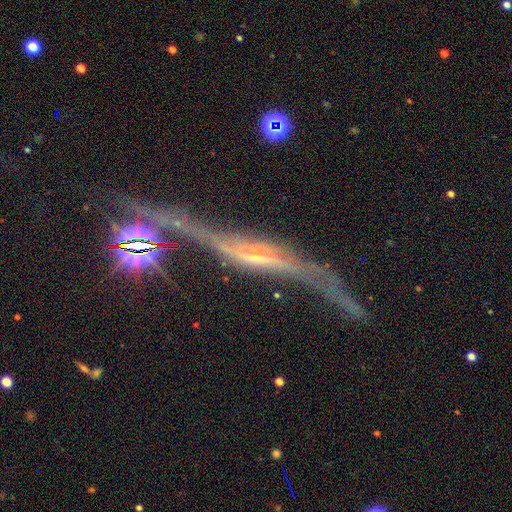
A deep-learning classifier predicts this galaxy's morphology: smooth_or_featured: featured or disk (p=0.79) [alt: star or artifact p=0.12]
disk_edge_on: yes (p=0.81) [alt: no p=0.19]
edge_on_bulge: rounded (p=0.58) [alt: boxy p=0.22]
merging: none (p=0.56) [alt: minor disturbance p=0.22]